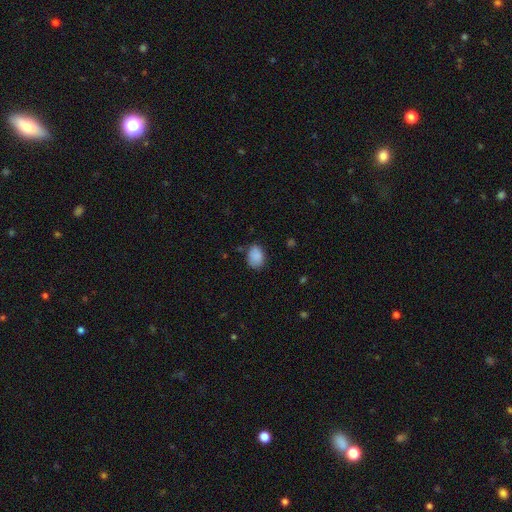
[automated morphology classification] A smooth galaxy with no disk features (87%) that is in between round and cigar-shaped (71%). Merging: none (72%).